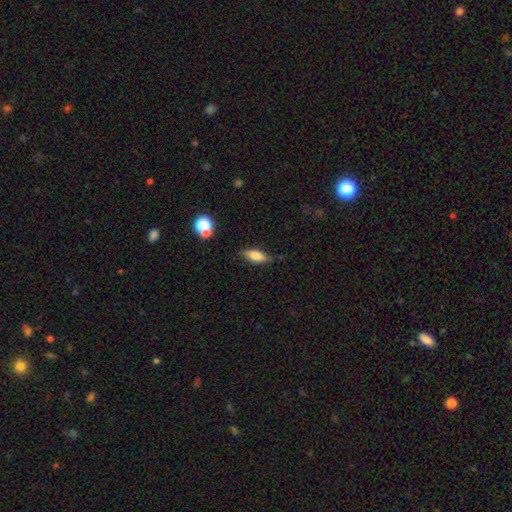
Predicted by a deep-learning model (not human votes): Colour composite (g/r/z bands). It shows a smooth galaxy with no disk features (66%) that is in between round and cigar-shaped (65%). Merging: none (80%).